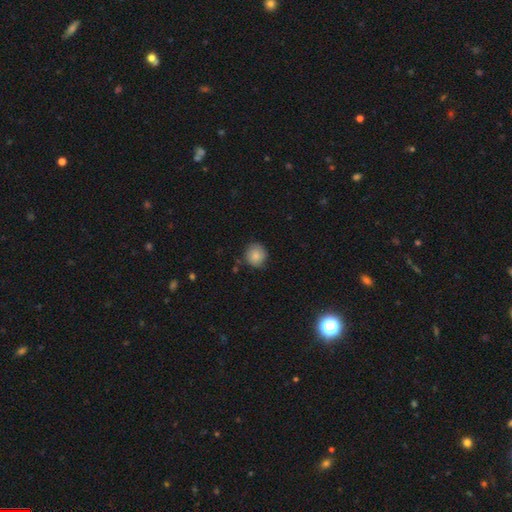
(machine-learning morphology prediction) Smooth or featured?
  - smooth: 85% *
  - star or artifact: 8%
  - featured or disk: 7%
How rounded?
  - round: 88% *
  - in between: 11%
  - cigar-shaped: 1%
Merging?
  - none: 81% *
  - minor disturbance: 15%
  - major disturbance: 3%
  - merger: 2%